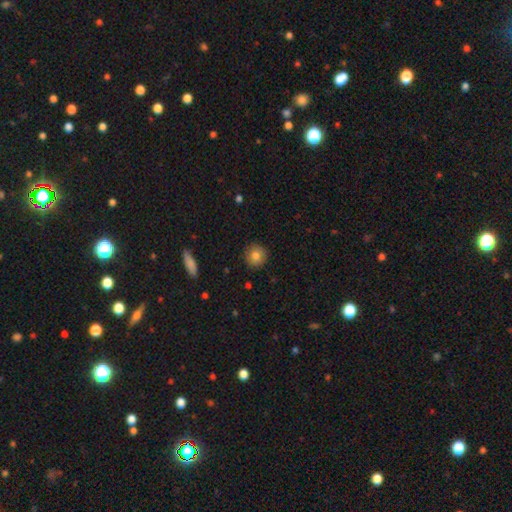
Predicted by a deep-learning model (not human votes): Q: Smooth or featured?
A: smooth (83%); runner-up: featured or disk (9%)
Q: How rounded?
A: round (92%); runner-up: in between (7%)
Q: Merging?
A: none (89%); runner-up: minor disturbance (8%)